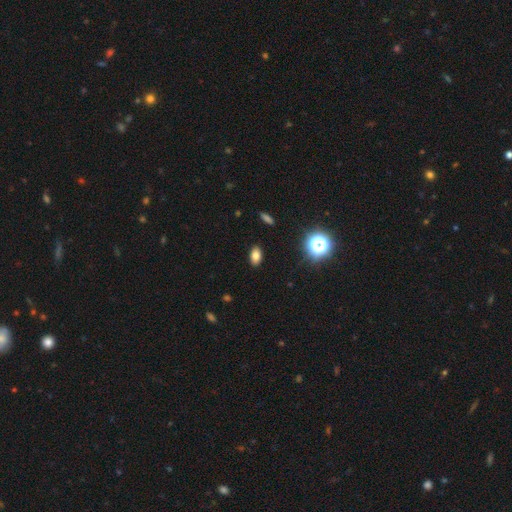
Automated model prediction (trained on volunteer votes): smooth_or_featured: smooth (p=0.77) [alt: star or artifact p=0.15]
how_rounded: in between (p=0.87) [alt: round p=0.10]
merging: none (p=0.88) [alt: minor disturbance p=0.08]